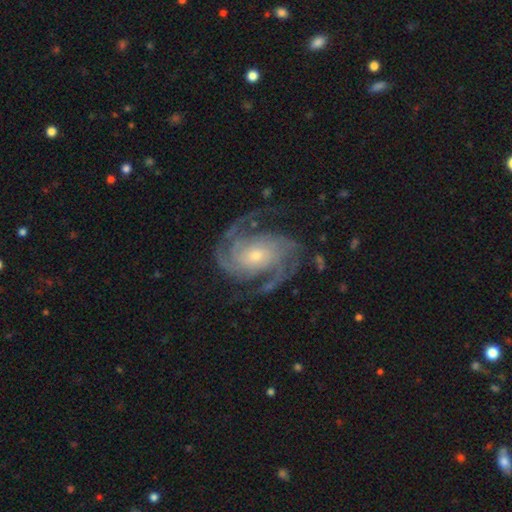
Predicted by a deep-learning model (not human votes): This is clearly a featured or disk galaxy (93%). It is clearly not viewed edge-on (98%). Bar: likely no (62%). Spiral arm pattern: clearly yes (99%). Spiral arm count: marginally 2 (42%). Spiral winding: possibly tight (48%). Central bulge: likely small (62%). Merging: likely none (74%).